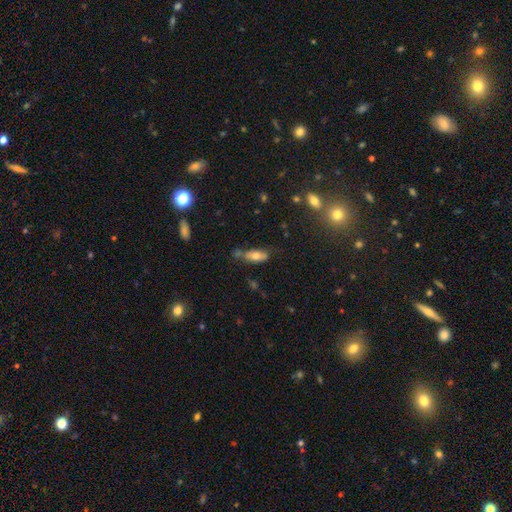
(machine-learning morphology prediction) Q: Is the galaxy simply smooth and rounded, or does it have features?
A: smooth — 66%.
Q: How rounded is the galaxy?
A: in between — 74%.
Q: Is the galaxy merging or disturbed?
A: none — 53%.